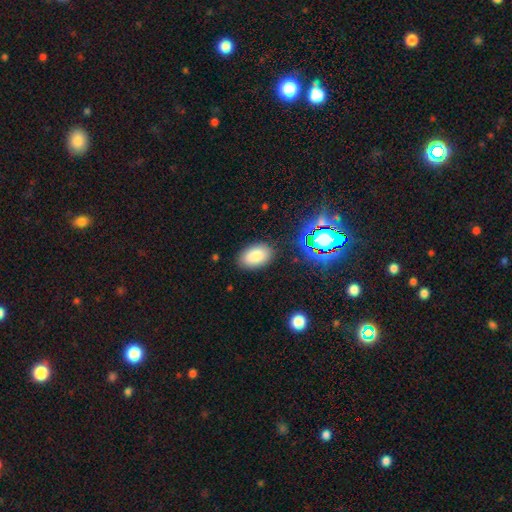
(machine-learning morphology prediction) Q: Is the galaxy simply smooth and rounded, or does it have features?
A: smooth — 83%.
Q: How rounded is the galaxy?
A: in between — 91%.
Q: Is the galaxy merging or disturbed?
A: none — 85%.